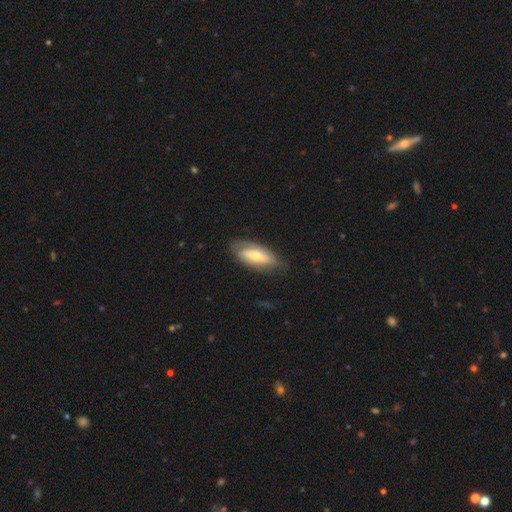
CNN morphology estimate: Q: Smooth or featured?
A: smooth (47%); tied with: featured or disk (47%)
Q: Merging?
A: none (70%); runner-up: minor disturbance (22%)